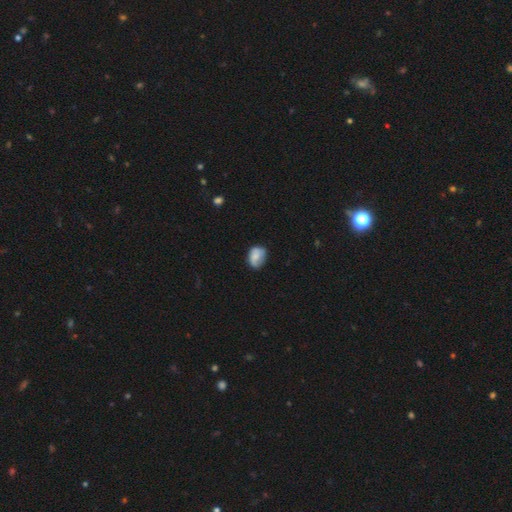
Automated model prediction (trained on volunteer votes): Morphology: type=smooth (72%); roundness=in between (64%); merging=none (57%).